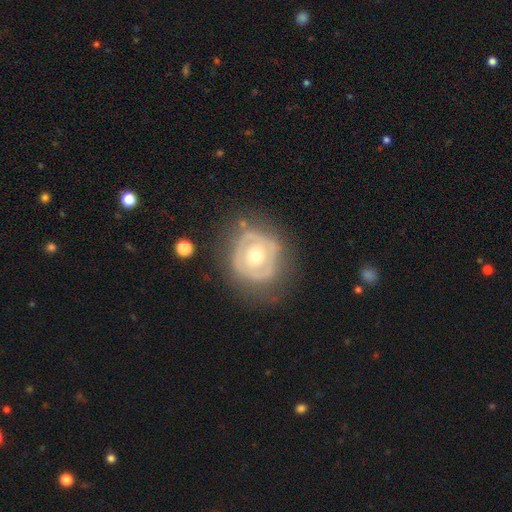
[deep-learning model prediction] A featured or disk galaxy (70%) with no bar (74%), no spiral arms (60%) and a moderate central bulge (70%).

Vote fractions:
- Smooth or featured? featured or disk: 70% / smooth: 24% / star or artifact: 6%
- Edge-on disk? no: 96% / yes: 4%
- Bar? no: 74% / weak: 19% / strong: 7%
- Spiral arms? no: 60% / yes: 40%
- Bulge size? moderate: 70% / small: 23% / large: 6% / none: 1% / dominant: 1%
- Merging? none: 63% / minor disturbance: 22% / major disturbance: 12% / merger: 3%